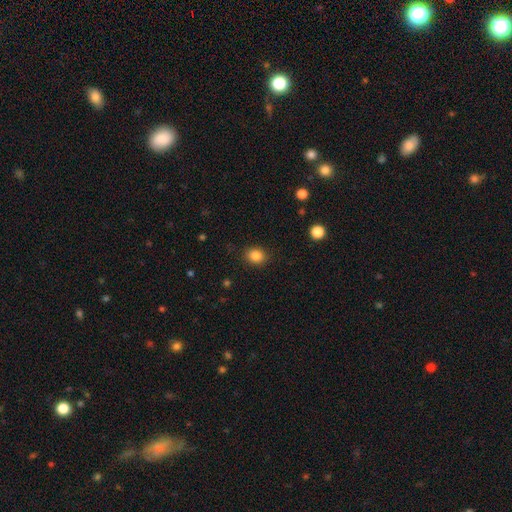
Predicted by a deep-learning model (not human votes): Morphology: type=smooth (85%); roundness=round (60%); merging=none (88%).